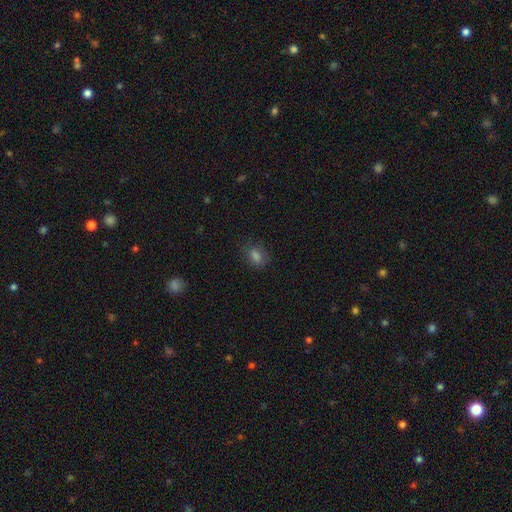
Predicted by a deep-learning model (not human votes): A smooth galaxy with no disk features (76%) that is in between round and cigar-shaped (72%).

Vote fractions:
- Smooth or featured? smooth: 76% / star or artifact: 17% / featured or disk: 7%
- How rounded? in between: 72% / round: 25% / cigar-shaped: 4%
- Merging? none: 77% / minor disturbance: 16% / major disturbance: 5% / merger: 2%